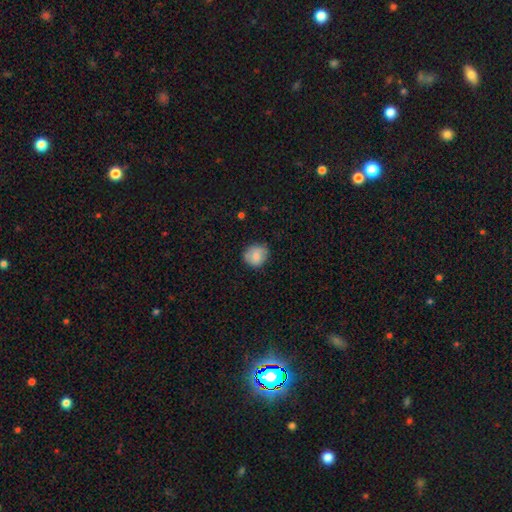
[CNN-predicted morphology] smooth-or-featured: smooth: 80% | featured or disk: 12% | star or artifact: 8%
  how-rounded: round: 83% | in between: 16% | cigar-shaped: 1%
  merging: none: 78% | minor disturbance: 17% | major disturbance: 4% | merger: 1%